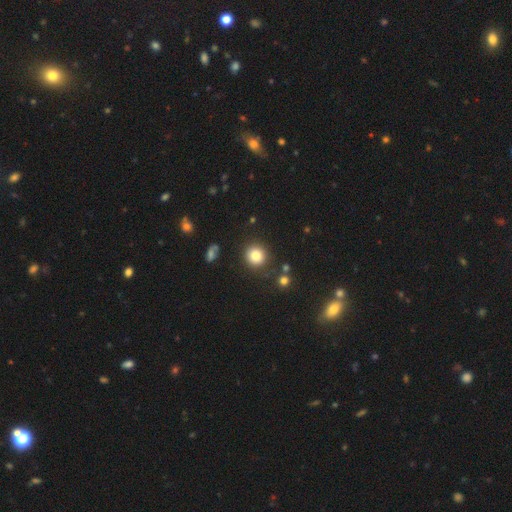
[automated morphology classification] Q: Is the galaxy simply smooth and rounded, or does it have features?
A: smooth — 83%.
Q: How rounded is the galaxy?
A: round — 92%.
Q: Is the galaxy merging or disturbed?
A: none — 86%.